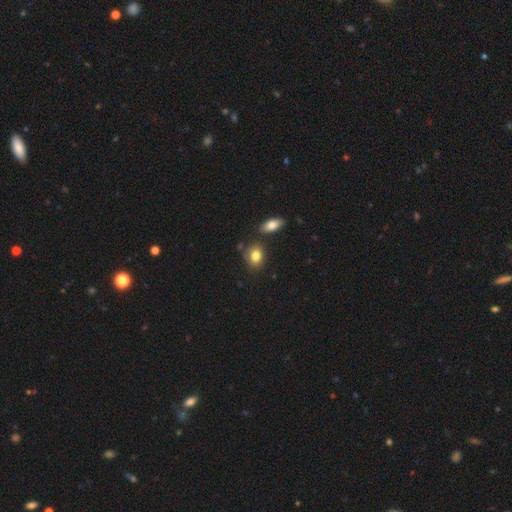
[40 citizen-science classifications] smooth_or_featured: smooth (p=0.90) [alt: star or artifact p=0.07]
how_rounded: in between (p=0.61) [alt: round p=0.36]
merging: none (p=0.73) [alt: minor disturbance p=0.16]